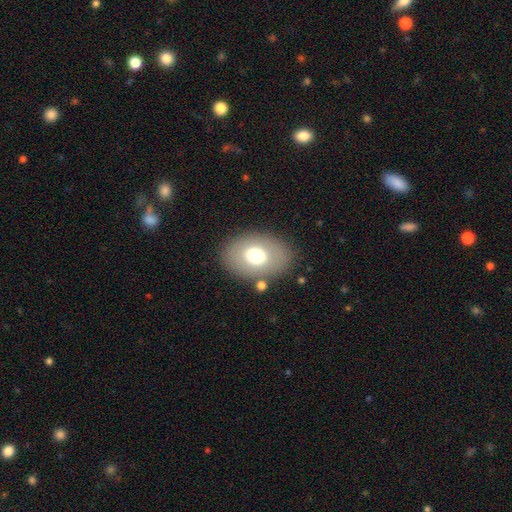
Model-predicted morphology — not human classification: Overall: smooth (68%). How rounded: in between (76%). Merging: none (82%).